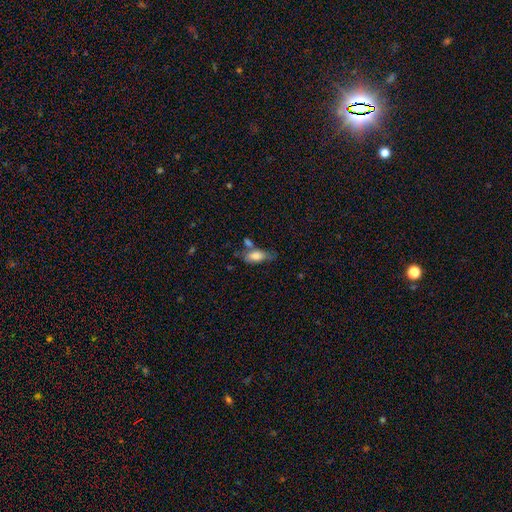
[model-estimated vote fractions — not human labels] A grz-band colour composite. It shows a smooth galaxy with no disk features (74%) that is in between round and cigar-shaped (80%). Merging: none (42%).